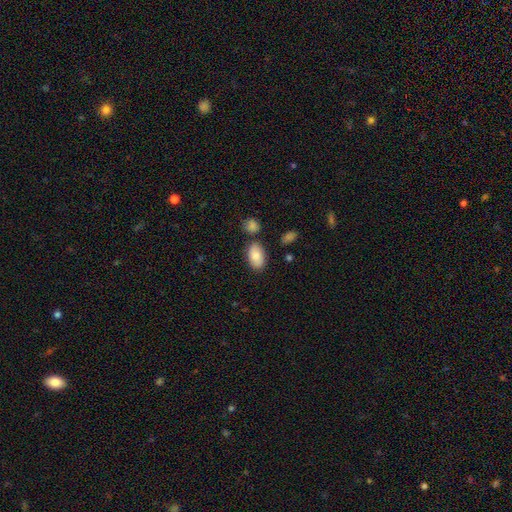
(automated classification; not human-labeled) The model was most divided on "merging": none: 76%, minor disturbance: 13%, merger: 7%, major disturbance: 3%. More confident: how rounded — in between (93%); smooth or featured — smooth (84%).